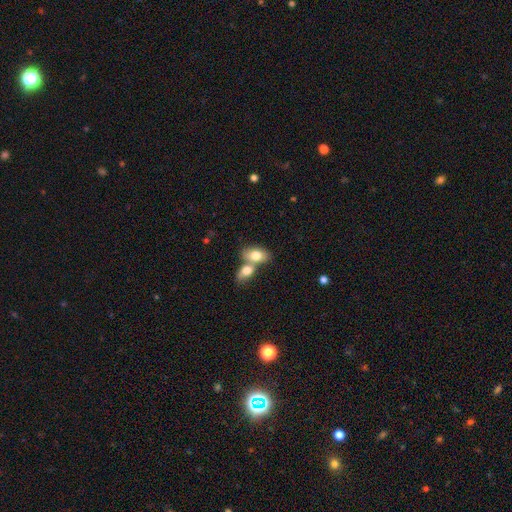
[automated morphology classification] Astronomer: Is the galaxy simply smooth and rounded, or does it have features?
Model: smooth — 78%.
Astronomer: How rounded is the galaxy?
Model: in between — 87%.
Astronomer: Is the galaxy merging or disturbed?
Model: merger — 60%.